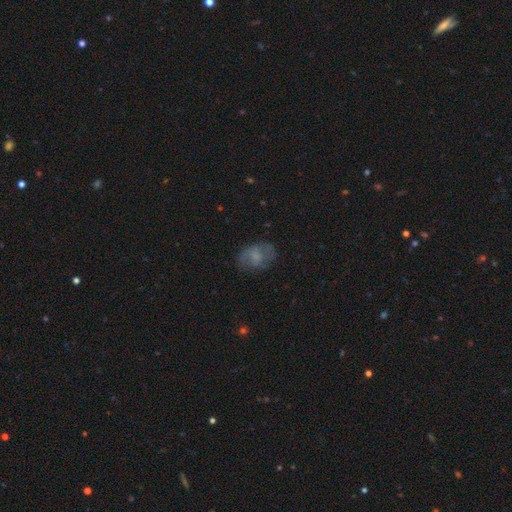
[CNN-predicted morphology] Smooth or featured? smooth (53%)
How rounded? in between (78%)
Merging? none (60%)